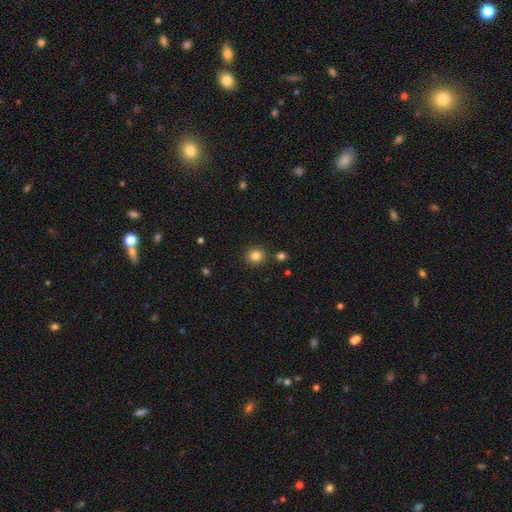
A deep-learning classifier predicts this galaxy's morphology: smooth_or_featured: smooth (p=0.82) [alt: star or artifact p=0.12]
how_rounded: round (p=0.91) [alt: in between p=0.08]
merging: none (p=0.87) [alt: minor disturbance p=0.07]